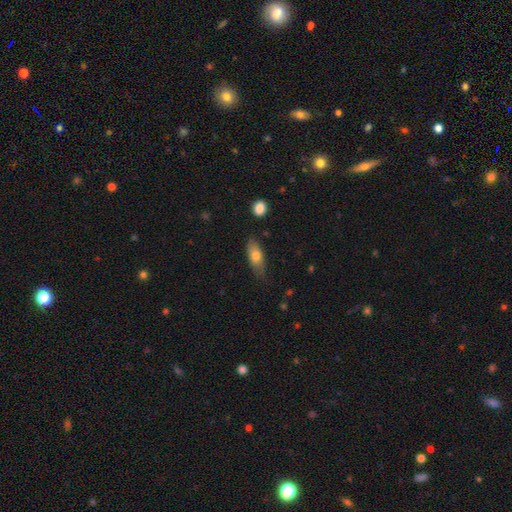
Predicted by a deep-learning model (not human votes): This appears to be a smooth galaxy with no disk features (72%) that is in between round and cigar-shaped (75%). Merging: none (66%).